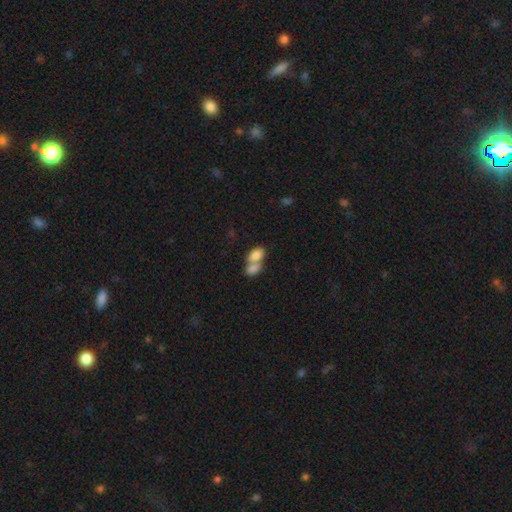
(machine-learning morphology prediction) type=smooth (81%); roundness=in between (87%); merging=merger (69%).